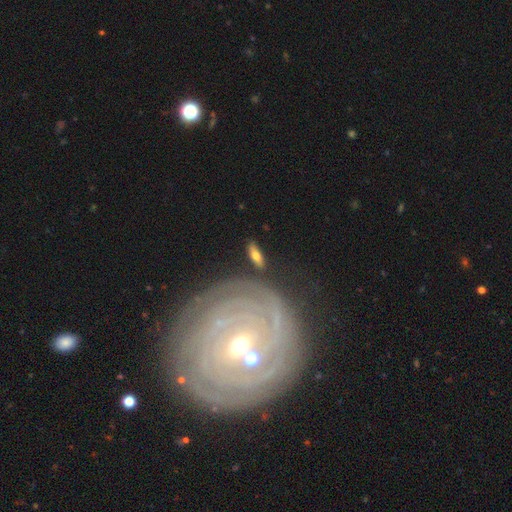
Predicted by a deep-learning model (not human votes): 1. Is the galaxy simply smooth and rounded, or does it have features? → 61% smooth, 32% featured or disk, 7% star or artifact.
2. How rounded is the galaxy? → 69% in between, 27% cigar-shaped, 4% round.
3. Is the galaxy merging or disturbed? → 79% none, 12% minor disturbance, 4% merger, 4% major disturbance.